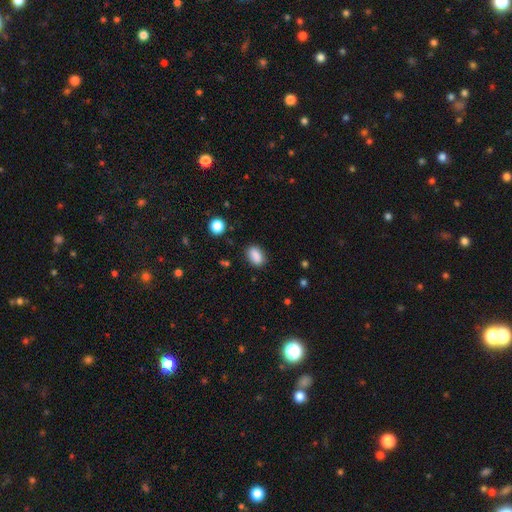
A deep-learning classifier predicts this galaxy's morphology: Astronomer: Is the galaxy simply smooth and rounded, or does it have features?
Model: smooth — 87%.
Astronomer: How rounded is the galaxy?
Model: in between — 84%.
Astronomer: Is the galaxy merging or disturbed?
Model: none — 84%.